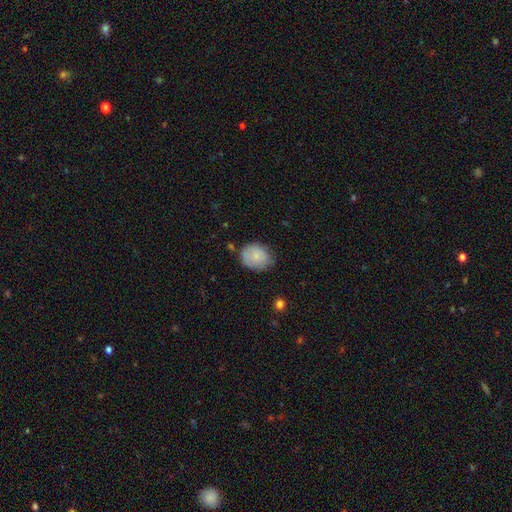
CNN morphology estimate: This appears to be a smooth galaxy with no disk features (76%) that is round (57%). Merging: none (62%).